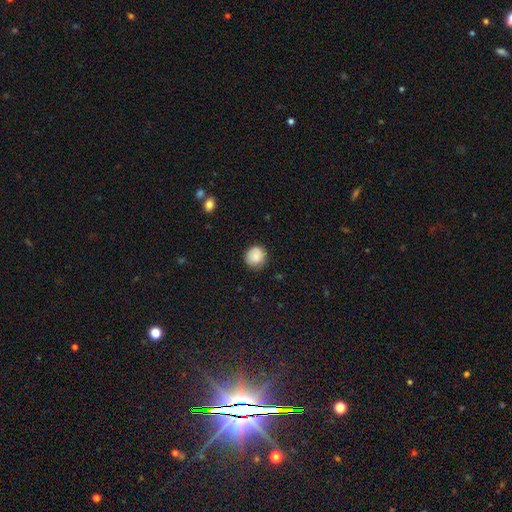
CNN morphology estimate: A smooth galaxy with no disk features (85%) that is round (91%). Merging: none (81%).